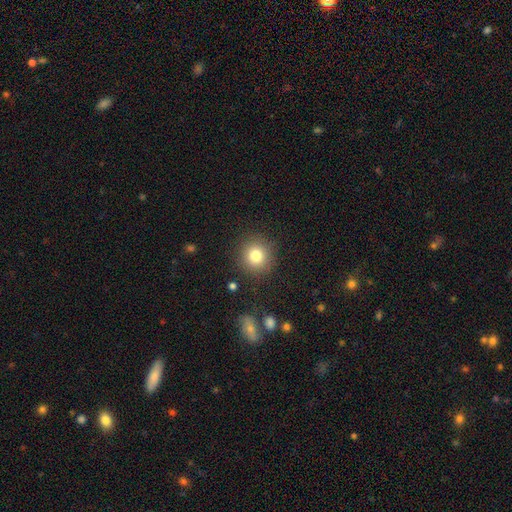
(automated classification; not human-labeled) Morphology: type=smooth (80%); roundness=round (92%); merging=none (88%).